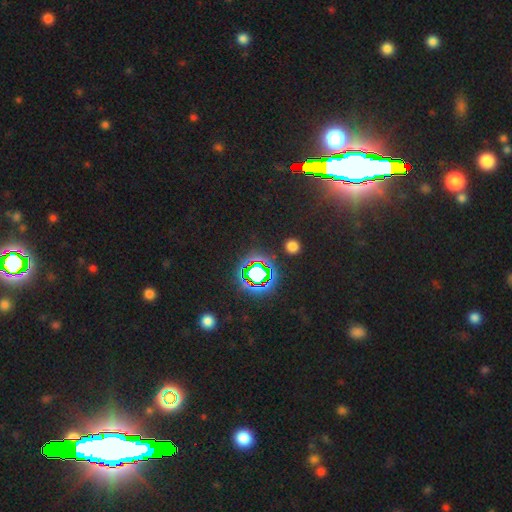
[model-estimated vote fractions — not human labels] smooth-or-featured: star or artifact: 82% | smooth: 10% | featured or disk: 8%